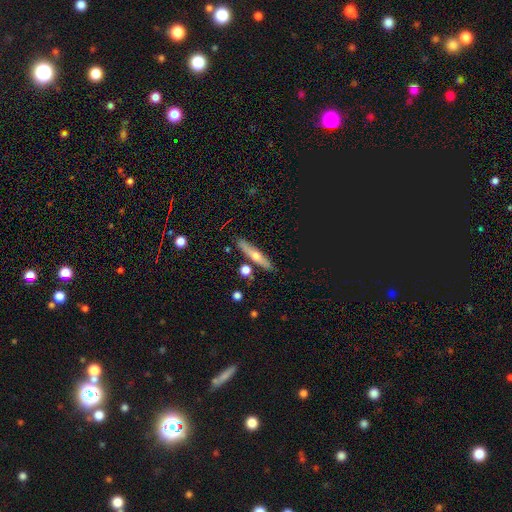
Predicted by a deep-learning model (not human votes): This is possibly a featured or disk galaxy (50%). Merging: clearly none (86%).